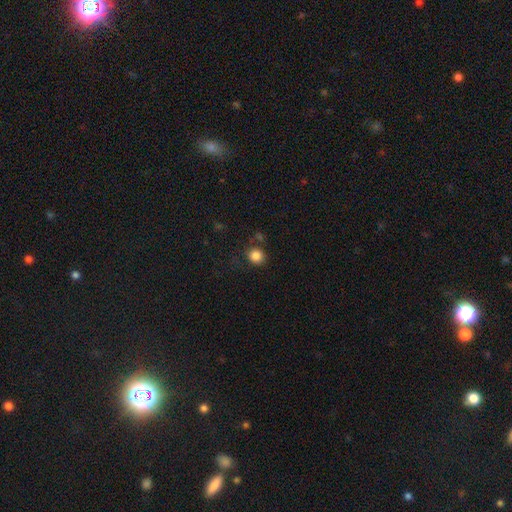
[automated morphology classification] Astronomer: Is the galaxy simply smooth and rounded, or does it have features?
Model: smooth — 85%.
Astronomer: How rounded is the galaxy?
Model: round — 87%.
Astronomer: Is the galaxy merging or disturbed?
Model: none — 78%.